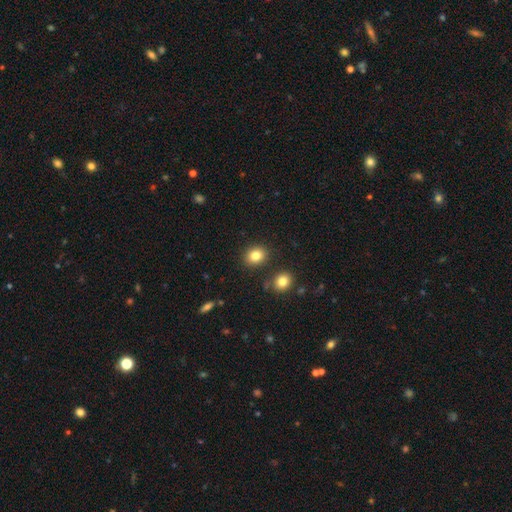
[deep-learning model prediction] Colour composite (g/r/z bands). It shows a smooth galaxy with no disk features (83%) that is round (61%). Merging: none (86%).